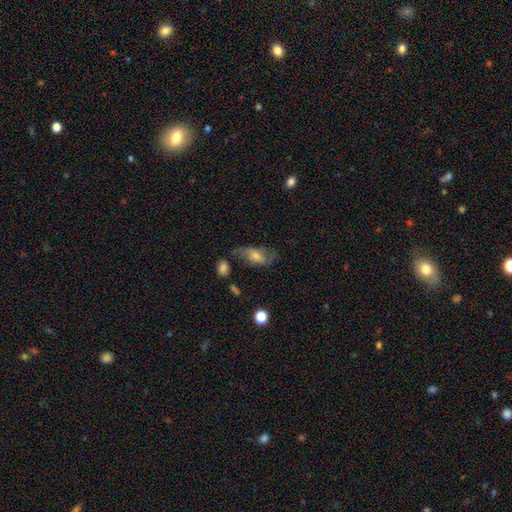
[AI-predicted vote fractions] Smooth or featured? Predicted: smooth (p=0.60). How rounded? Predicted: in between (p=0.88). Merging? Predicted: none (p=0.45).